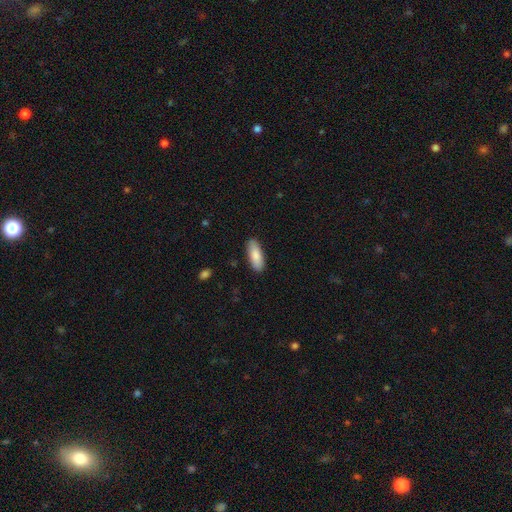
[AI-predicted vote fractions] Smooth or featured? Predicted: smooth (p=0.86). How rounded? Predicted: in between (p=0.70). Merging? Predicted: none (p=0.88).